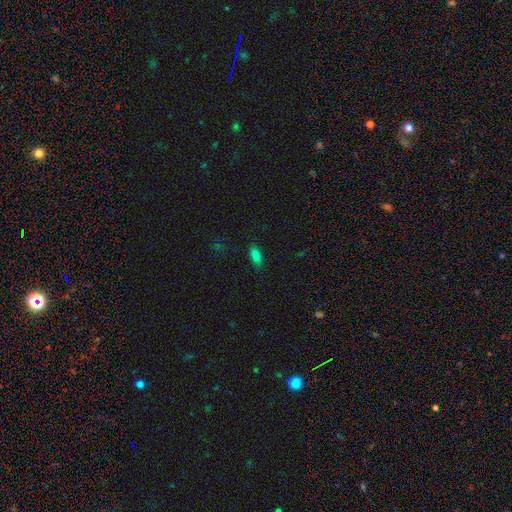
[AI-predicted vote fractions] smooth-or-featured: smooth: 80% | star or artifact: 13% | featured or disk: 7%
  how-rounded: in between: 82% | cigar-shaped: 15% | round: 3%
  merging: none: 83% | minor disturbance: 12% | major disturbance: 3% | merger: 1%